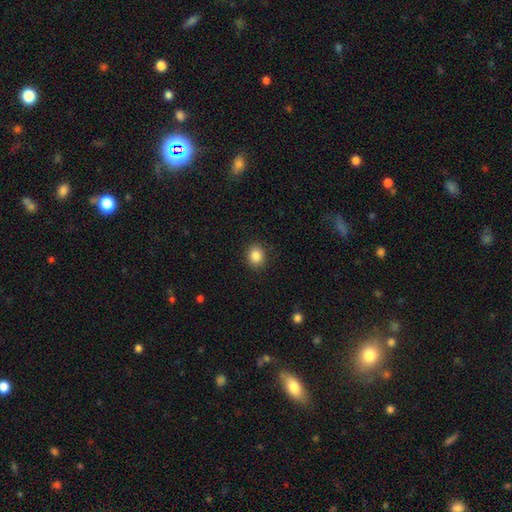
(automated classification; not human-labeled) Overall: smooth (85%). How rounded: round (64%; in between 35%). Merging: none (89%).